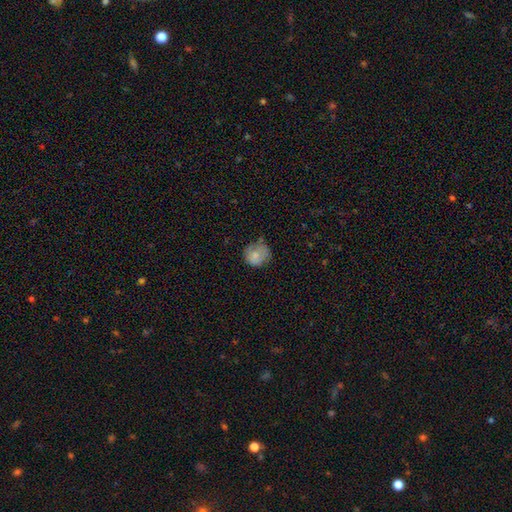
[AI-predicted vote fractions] smooth 77%, featured or disk 15%, star or artifact 8%. Down the decision tree: how rounded — round (82%); merging — none (53%).